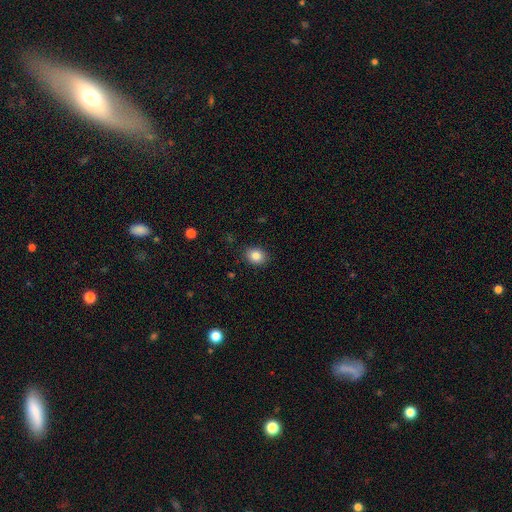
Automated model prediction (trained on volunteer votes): Smooth or featured?
  - smooth: 85% *
  - star or artifact: 9%
  - featured or disk: 6%
How rounded?
  - round: 51% *
  - in between: 48%
  - cigar-shaped: 1%
Merging?
  - none: 88% *
  - minor disturbance: 8%
  - major disturbance: 2%
  - merger: 1%